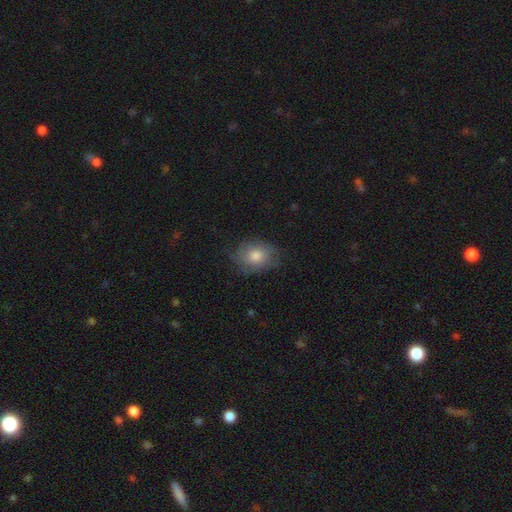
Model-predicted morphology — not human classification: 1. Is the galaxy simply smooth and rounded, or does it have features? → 67% smooth, 24% featured or disk, 9% star or artifact.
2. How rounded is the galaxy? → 61% in between, 38% round, 1% cigar-shaped.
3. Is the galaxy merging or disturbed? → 72% none, 21% minor disturbance, 6% major disturbance, 1% merger.